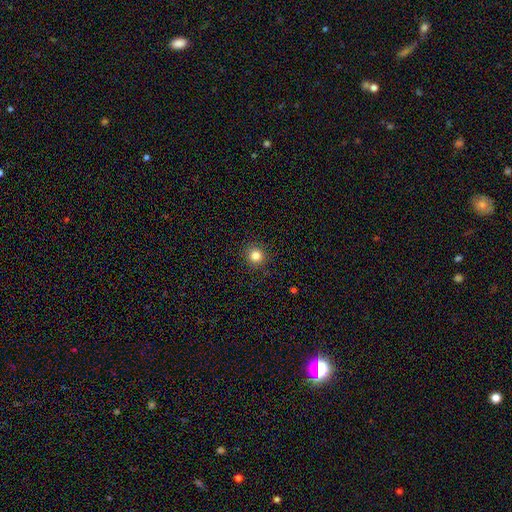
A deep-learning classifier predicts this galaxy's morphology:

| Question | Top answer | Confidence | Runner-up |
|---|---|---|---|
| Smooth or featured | smooth | 82% | star or artifact (13%) |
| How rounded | round | 95% | in between (5%) |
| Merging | none | 92% | minor disturbance (5%) |